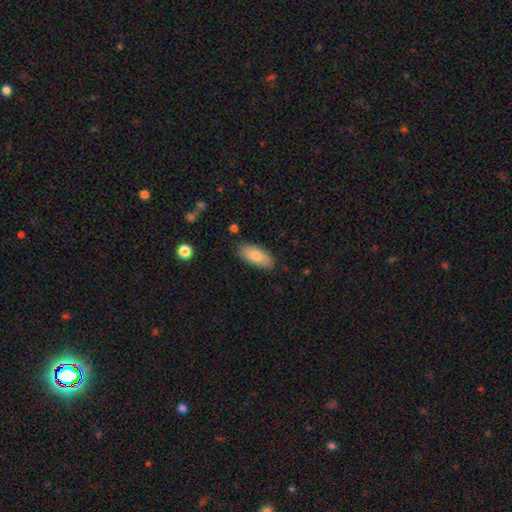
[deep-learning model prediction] Morphology: type=smooth (80%); roundness=in between (85%); merging=none (84%).